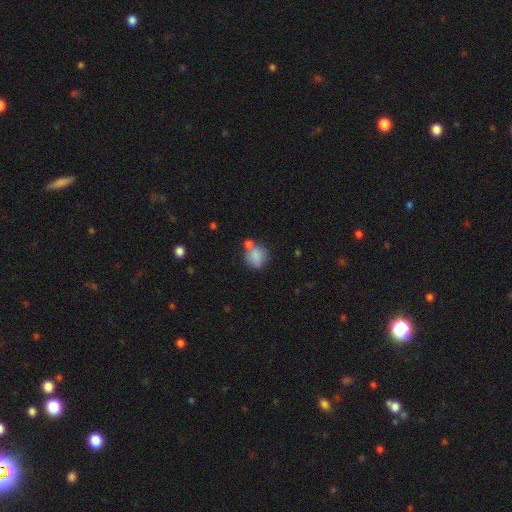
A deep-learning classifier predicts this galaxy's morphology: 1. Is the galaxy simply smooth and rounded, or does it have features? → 82% smooth, 9% featured or disk, 9% star or artifact.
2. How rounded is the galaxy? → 74% round, 25% in between, 1% cigar-shaped.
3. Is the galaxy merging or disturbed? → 54% none, 25% merger, 16% minor disturbance, 6% major disturbance.